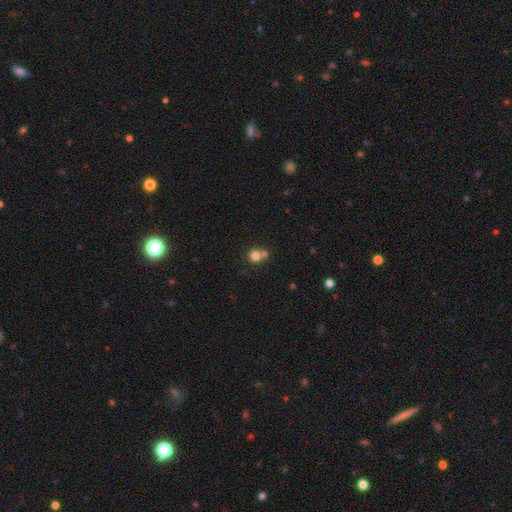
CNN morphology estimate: smooth-or-featured: smooth: 78% | star or artifact: 13% | featured or disk: 10%
  how-rounded: round: 87% | in between: 12% | cigar-shaped: 1%
  merging: none: 50% | merger: 39% | minor disturbance: 8% | major disturbance: 3%